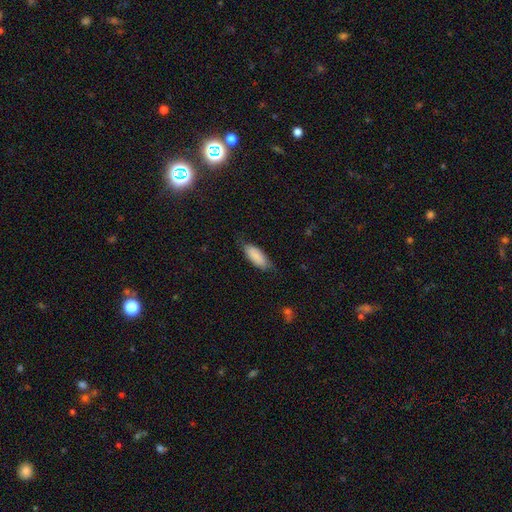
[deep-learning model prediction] smooth 86%, featured or disk 8%, star or artifact 6%. Down the decision tree: how rounded — in between (77%); merging — none (72%).